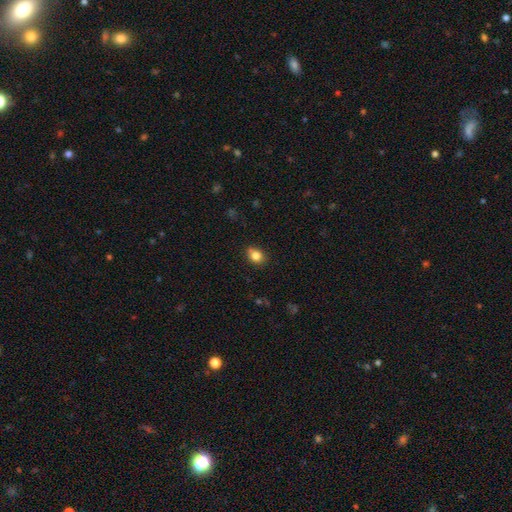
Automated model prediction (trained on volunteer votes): A smooth galaxy with no disk features (82%) that is round (54%).

Vote fractions:
- Smooth or featured? smooth: 82% / star or artifact: 11% / featured or disk: 7%
- How rounded? round: 54% / in between: 45% / cigar-shaped: 1%
- Merging? none: 74% / minor disturbance: 18% / merger: 5% / major disturbance: 3%